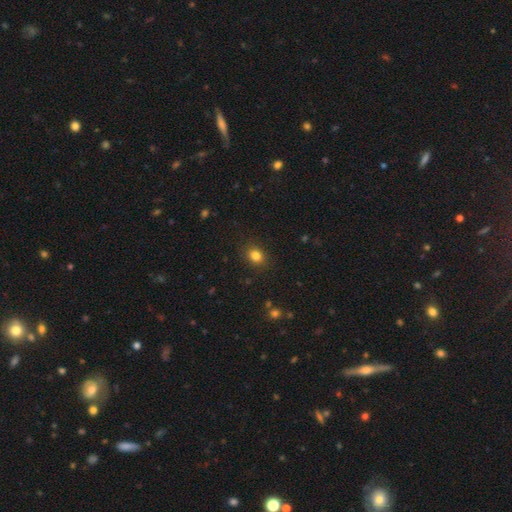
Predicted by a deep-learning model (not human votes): This appears to be a smooth galaxy with no disk features (83%) that is round (55%). Merging: none (87%).